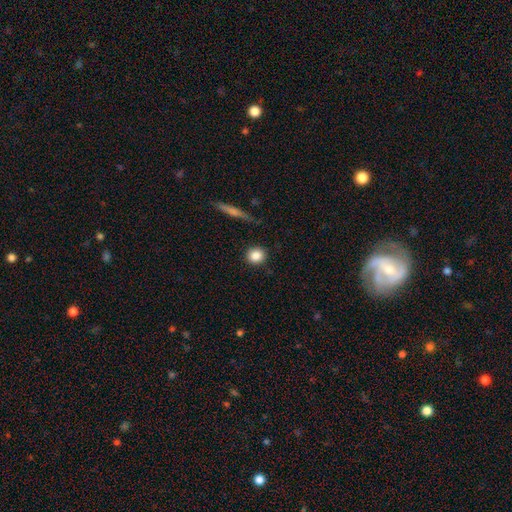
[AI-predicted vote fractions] A smooth galaxy with no disk features (85%) that is round (86%). Merging: none (89%).